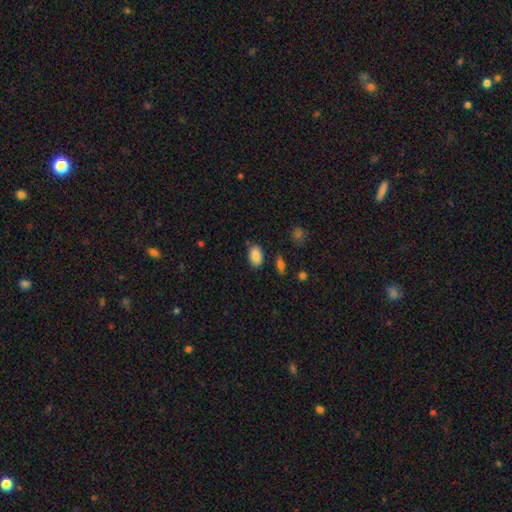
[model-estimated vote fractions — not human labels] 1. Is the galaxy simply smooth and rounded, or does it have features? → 87% smooth, 8% star or artifact, 6% featured or disk.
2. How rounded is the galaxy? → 90% in between, 9% round, 2% cigar-shaped.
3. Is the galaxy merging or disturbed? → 80% none, 14% minor disturbance, 3% merger, 3% major disturbance.